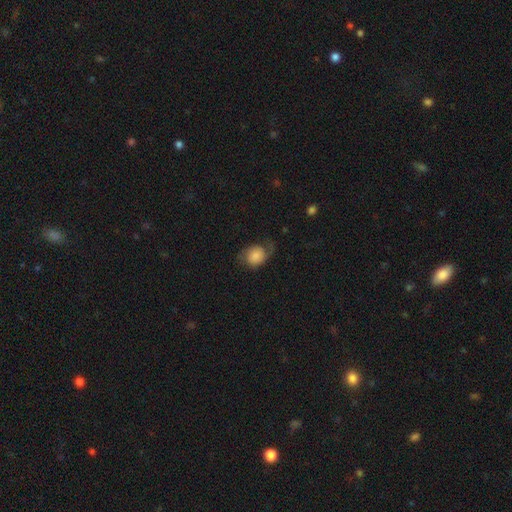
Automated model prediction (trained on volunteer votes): smooth-or-featured: smooth: 57% | featured or disk: 35% | star or artifact: 9%
  how-rounded: round: 51% | in between: 48% | cigar-shaped: 1%
  merging: none: 49% | minor disturbance: 27% | major disturbance: 22% | merger: 2%